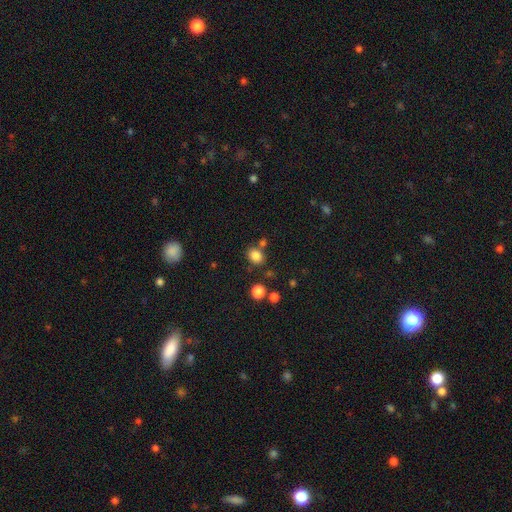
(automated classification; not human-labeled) Morphology: type=smooth (83%); roundness=round (50%); merging=none (73%).